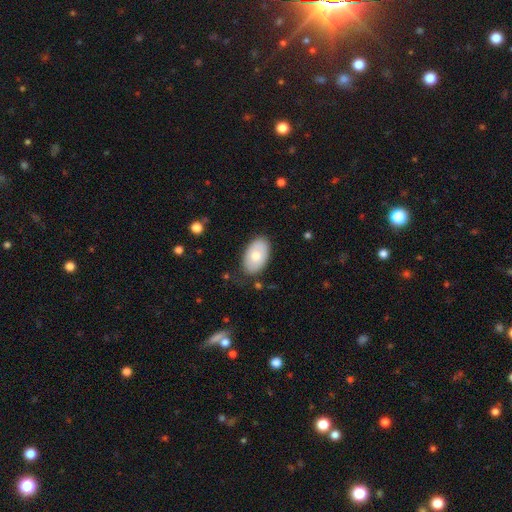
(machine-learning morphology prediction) Q: Smooth or featured?
A: smooth (67%); runner-up: featured or disk (27%)
Q: How rounded?
A: in between (93%); runner-up: round (6%)
Q: Merging?
A: none (81%); runner-up: minor disturbance (14%)